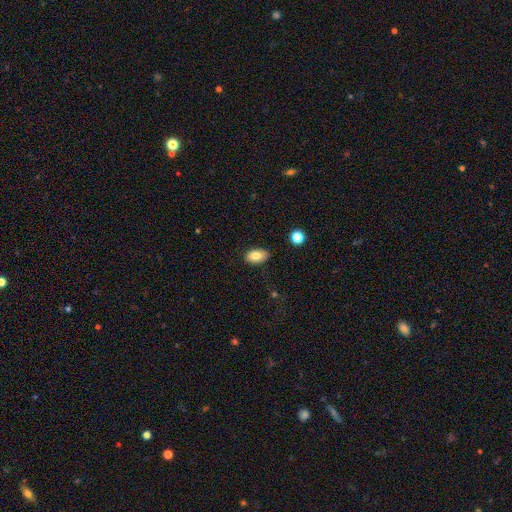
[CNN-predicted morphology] smooth-or-featured: smooth: 81% | featured or disk: 11% | star or artifact: 8%
  how-rounded: in between: 92% | round: 6% | cigar-shaped: 2%
  merging: none: 86% | minor disturbance: 11% | major disturbance: 2% | merger: 1%